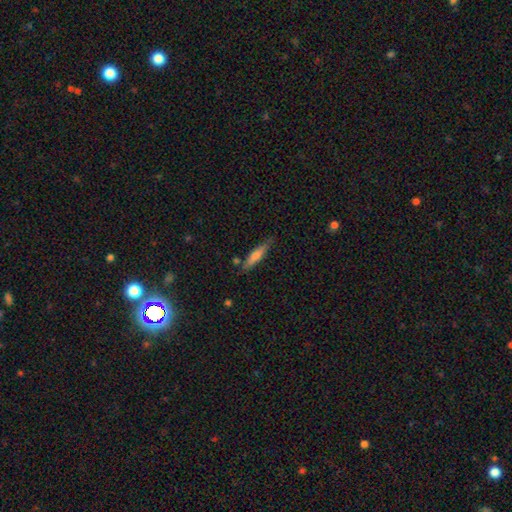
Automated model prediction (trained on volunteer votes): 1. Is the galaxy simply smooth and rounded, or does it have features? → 67% smooth, 27% featured or disk, 6% star or artifact.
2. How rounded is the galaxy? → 83% cigar-shaped, 15% in between, 2% round.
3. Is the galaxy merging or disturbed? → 78% none, 15% minor disturbance, 4% merger, 3% major disturbance.